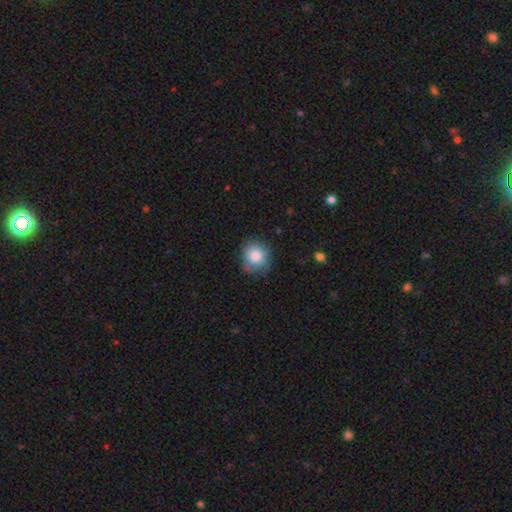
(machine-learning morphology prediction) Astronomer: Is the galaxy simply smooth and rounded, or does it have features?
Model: smooth — 84%.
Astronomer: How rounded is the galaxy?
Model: round — 82%.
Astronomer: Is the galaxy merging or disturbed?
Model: none — 72%.